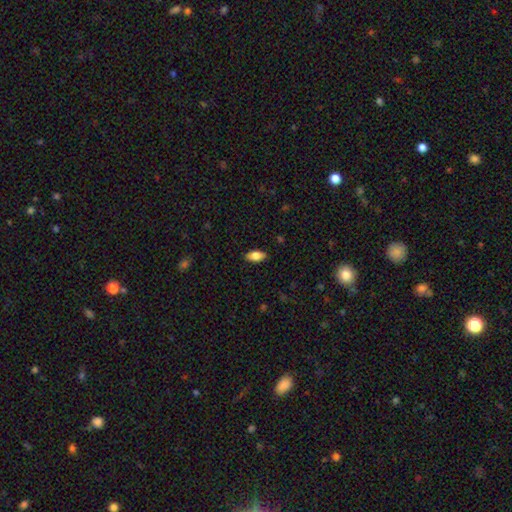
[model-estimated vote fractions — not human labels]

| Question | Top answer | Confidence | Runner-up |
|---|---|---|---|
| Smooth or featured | smooth | 79% | featured or disk (14%) |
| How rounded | in between | 88% | cigar-shaped (9%) |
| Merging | none | 87% | minor disturbance (10%) |